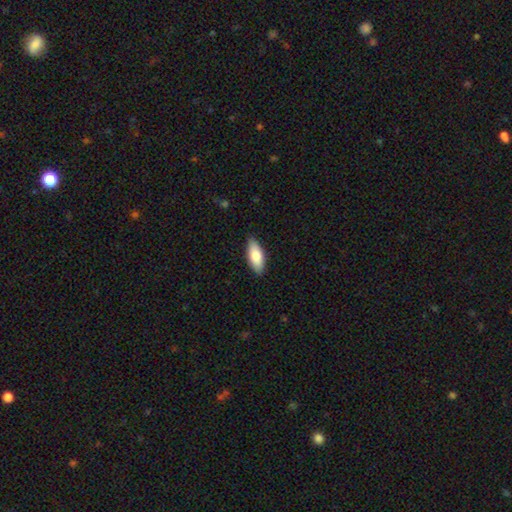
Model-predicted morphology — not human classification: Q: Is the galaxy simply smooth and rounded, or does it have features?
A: smooth — 80%.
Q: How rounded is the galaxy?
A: in between — 81%.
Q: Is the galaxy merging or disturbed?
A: none — 87%.